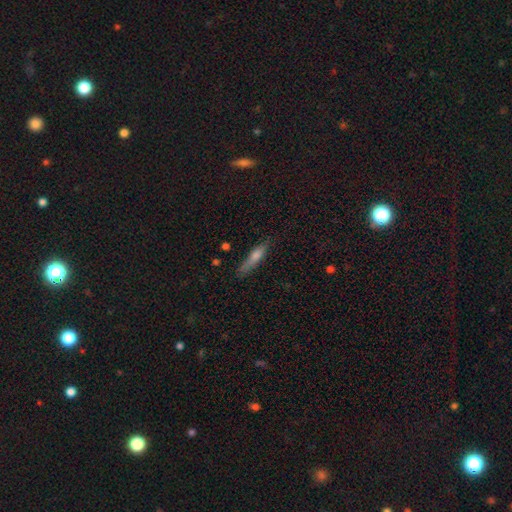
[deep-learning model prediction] A smooth galaxy with no disk features (58%) that is cigar-shaped (85%).

Vote fractions:
- Smooth or featured? smooth: 58% / featured or disk: 33% / star or artifact: 9%
- How rounded? cigar-shaped: 85% / in between: 13% / round: 2%
- Merging? none: 74% / minor disturbance: 19% / major disturbance: 5% / merger: 2%